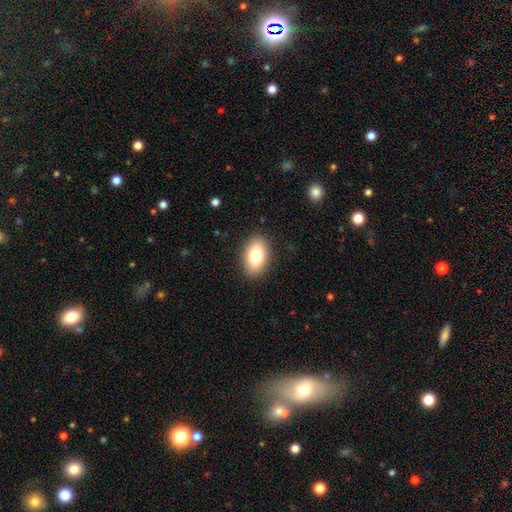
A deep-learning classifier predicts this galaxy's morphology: This is clearly a smooth galaxy (80%). How rounded: clearly in between (91%). Merging: clearly none (88%).